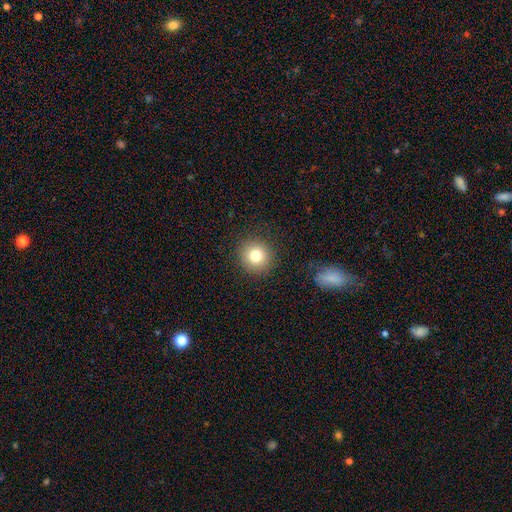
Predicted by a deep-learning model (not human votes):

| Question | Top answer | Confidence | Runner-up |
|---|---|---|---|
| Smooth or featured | smooth | 79% | star or artifact (12%) |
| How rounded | round | 92% | in between (7%) |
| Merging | none | 90% | minor disturbance (7%) |